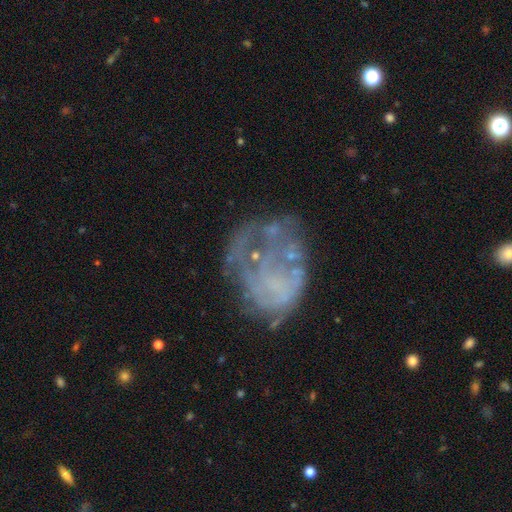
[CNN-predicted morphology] Smooth or featured: featured or disk — 69% (smooth — 21%)
Edge-on disk: no — 98% (yes — 2%)
Bar: no — 84% (weak — 13%)
Spiral arms: no — 59% (yes — 41%)
Bulge size: none — 72% (small — 15%)
Merging: major disturbance — 38% (none — 37%)